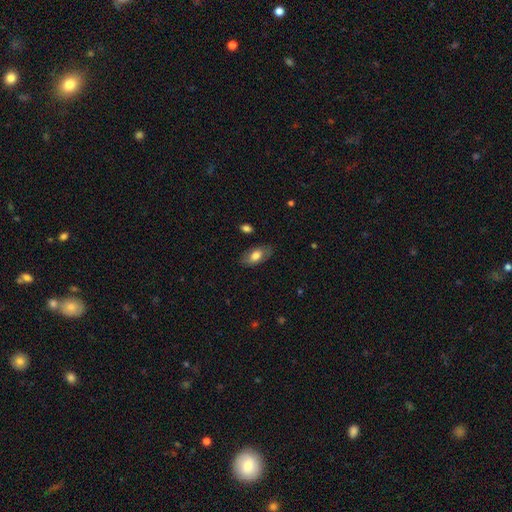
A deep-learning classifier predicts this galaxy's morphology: A smooth galaxy with no disk features (72%) that is in between round and cigar-shaped (92%). Merging: none (80%).